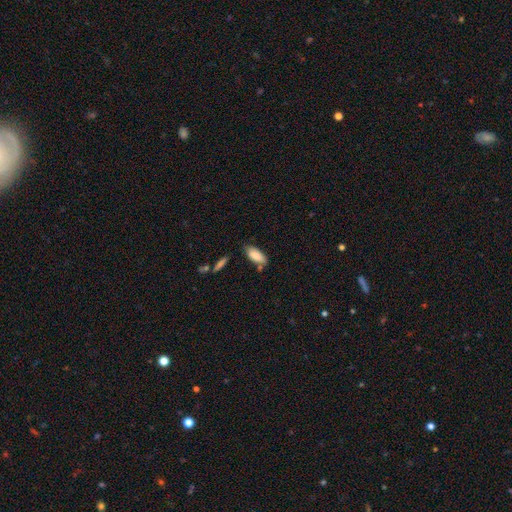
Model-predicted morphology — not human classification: A smooth galaxy with no disk features (85%) that is in between round and cigar-shaped (85%). Merging: none (68%).